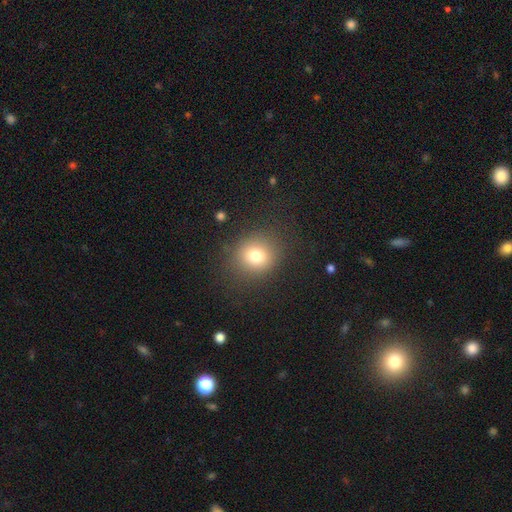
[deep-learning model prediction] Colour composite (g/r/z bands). It shows a smooth galaxy with no disk features (77%) that is round (80%). Merging: none (85%).